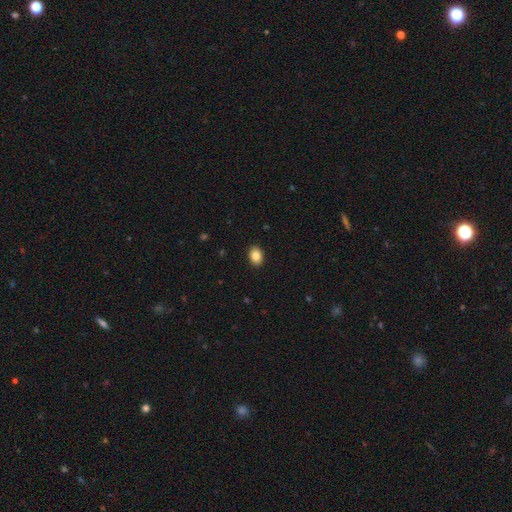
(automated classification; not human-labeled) This appears to be a smooth galaxy with no disk features (86%) that is in between round and cigar-shaped (77%). Merging: none (91%).